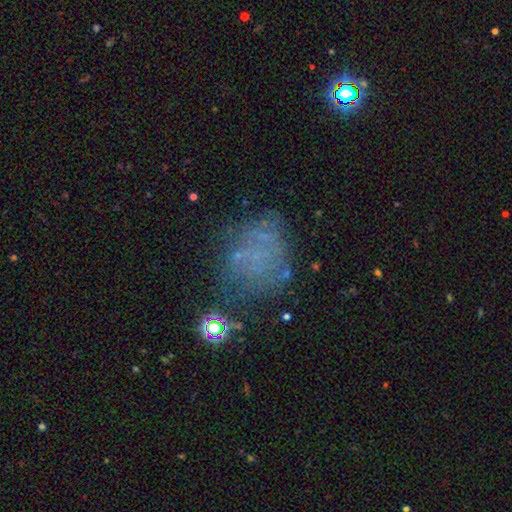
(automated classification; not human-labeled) Smooth or featured?
  - smooth: 36% *
  - featured or disk: 35%
  - star or artifact: 29%
Merging?
  - none: 56% *
  - major disturbance: 21%
  - minor disturbance: 19%
  - merger: 5%